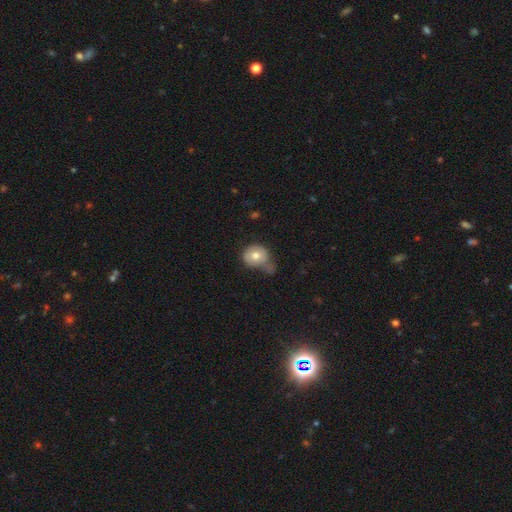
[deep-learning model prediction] Smooth or featured: smooth — 74% (featured or disk — 18%)
How rounded: round — 66% (in between — 33%)
Merging: minor disturbance — 32% (none — 28%)